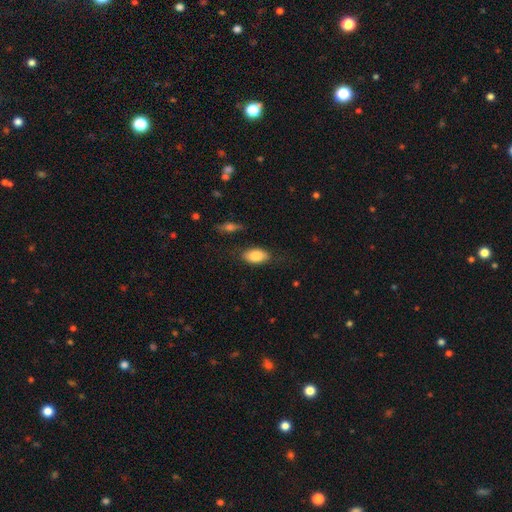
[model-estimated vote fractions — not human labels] smooth_or_featured: smooth (p=0.82) [alt: featured or disk p=0.11]
how_rounded: in between (p=0.91) [alt: round p=0.05]
merging: none (p=0.77) [alt: minor disturbance p=0.15]